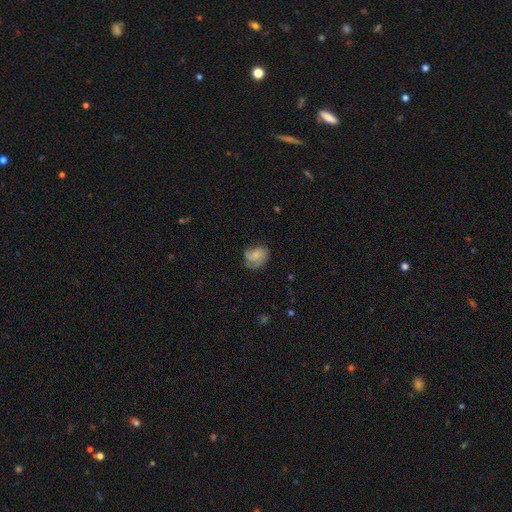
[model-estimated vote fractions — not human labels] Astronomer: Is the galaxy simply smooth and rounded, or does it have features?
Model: featured or disk — 51% (runner-up: smooth, 40%).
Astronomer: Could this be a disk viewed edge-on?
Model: no — 98%.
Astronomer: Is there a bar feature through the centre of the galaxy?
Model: no — 73%.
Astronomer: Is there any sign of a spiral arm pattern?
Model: yes — 88%.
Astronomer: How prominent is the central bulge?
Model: small — 51%.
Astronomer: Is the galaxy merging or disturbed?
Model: none — 57%.